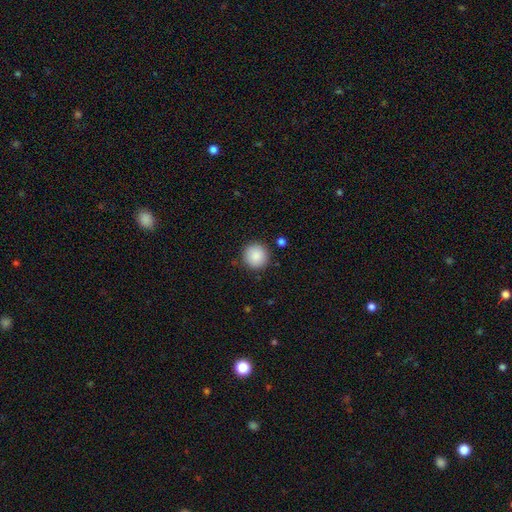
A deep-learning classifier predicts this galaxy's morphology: type=smooth (88%); roundness=round (94%); merging=none (89%).